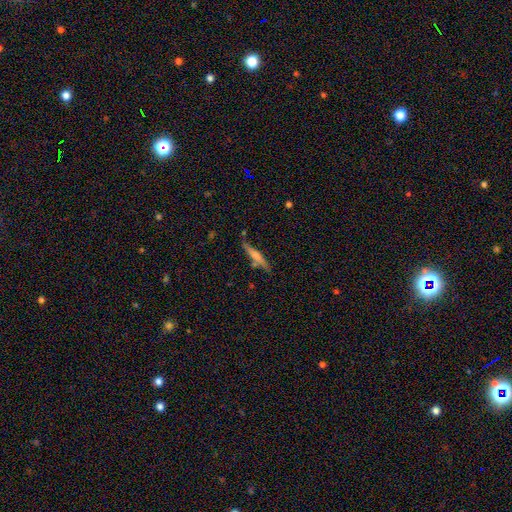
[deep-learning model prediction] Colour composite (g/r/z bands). It shows a featured or disk galaxy (49%). Merging: none (73%).